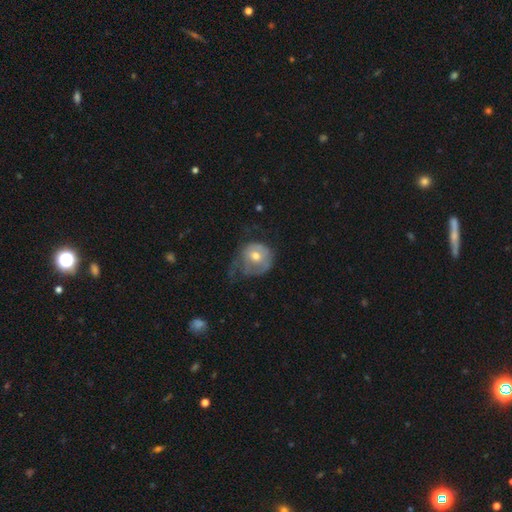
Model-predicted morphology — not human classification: This is possibly a smooth galaxy (49%). Merging: marginally major disturbance (36%).